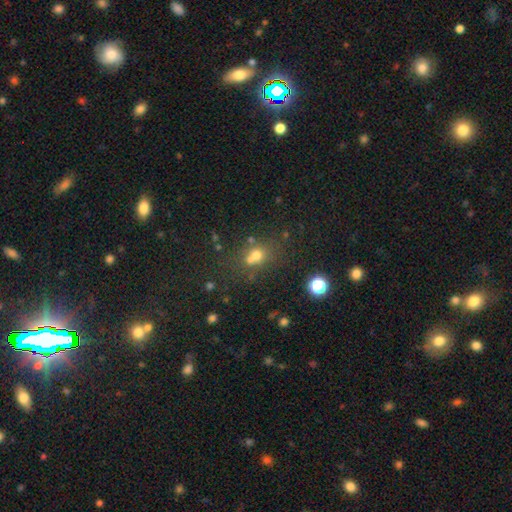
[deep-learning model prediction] Morphology: type=smooth (60%); roundness=round (66%); merging=none (50%).